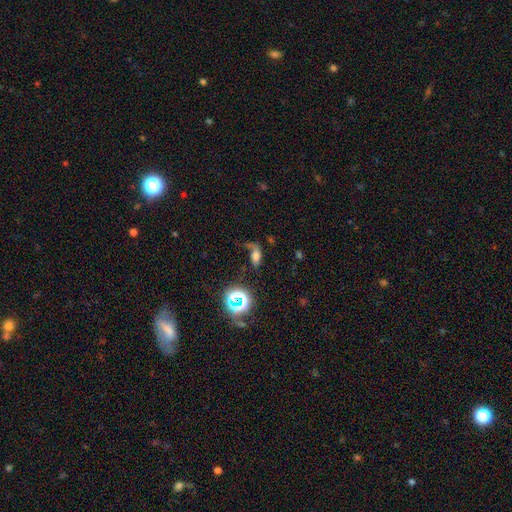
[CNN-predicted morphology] Smooth or featured: smooth — 55% (featured or disk — 23%)
How rounded: in between — 79% (round — 11%)
Merging: none — 38% (major disturbance — 31%)